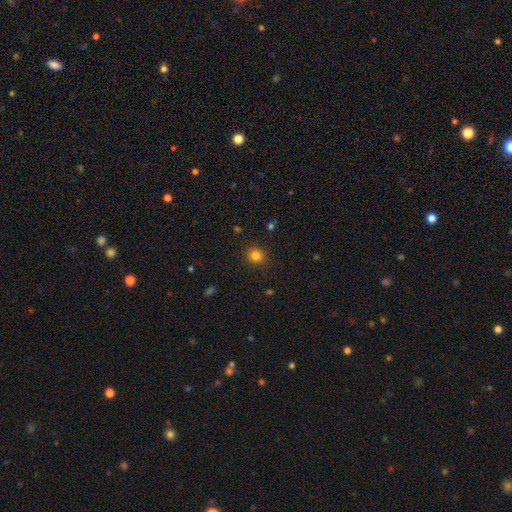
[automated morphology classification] type=smooth (82%); roundness=round (89%); merging=none (89%).